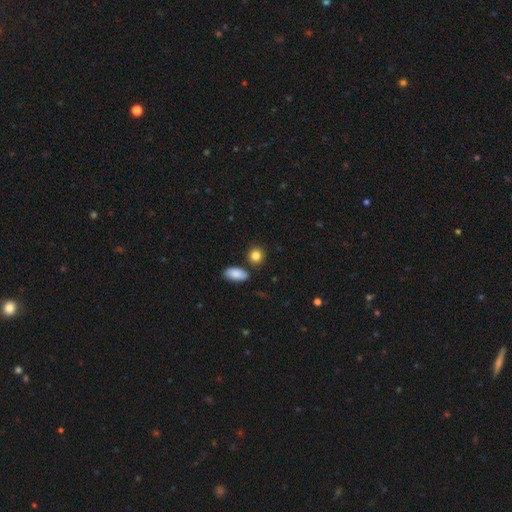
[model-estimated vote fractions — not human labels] The model was most divided on "how rounded": round: 70%, in between: 28%, cigar-shaped: 2%. More confident: smooth or featured — smooth (86%); merging — none (81%).